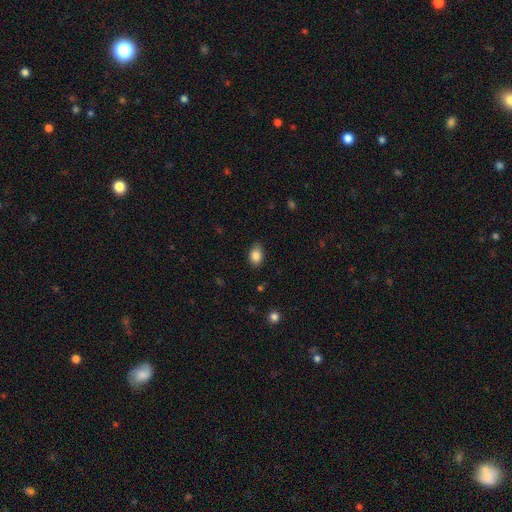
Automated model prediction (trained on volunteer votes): Q: Smooth or featured?
A: smooth (86%); runner-up: star or artifact (9%)
Q: How rounded?
A: in between (81%); runner-up: round (17%)
Q: Merging?
A: none (81%); runner-up: minor disturbance (15%)